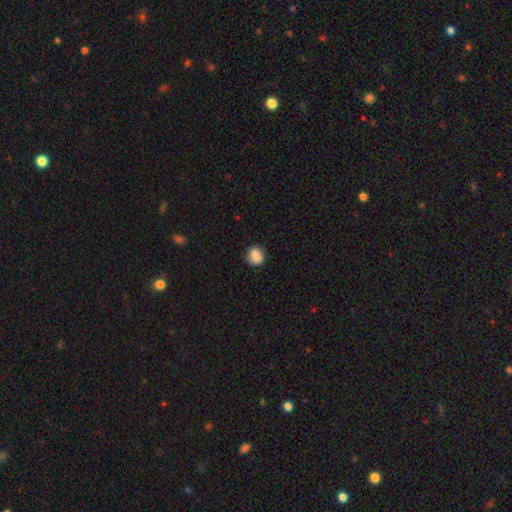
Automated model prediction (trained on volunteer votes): The model was most divided on "how rounded": round: 70%, in between: 29%, cigar-shaped: 1%. More confident: smooth or featured — smooth (86%); merging — none (82%).